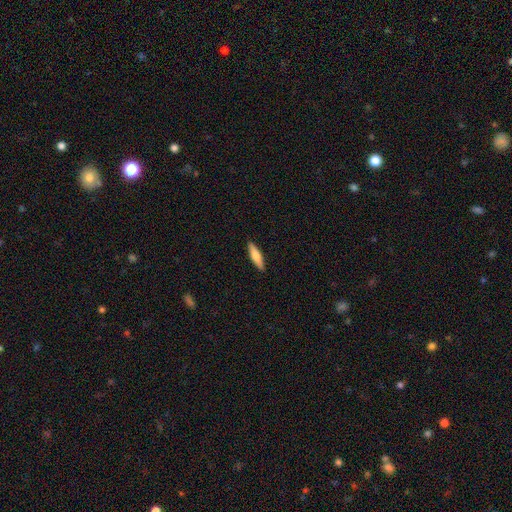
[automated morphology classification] Q: Smooth or featured?
A: smooth (66%); runner-up: featured or disk (28%)
Q: How rounded?
A: cigar-shaped (73%); runner-up: in between (25%)
Q: Merging?
A: none (90%); runner-up: minor disturbance (8%)